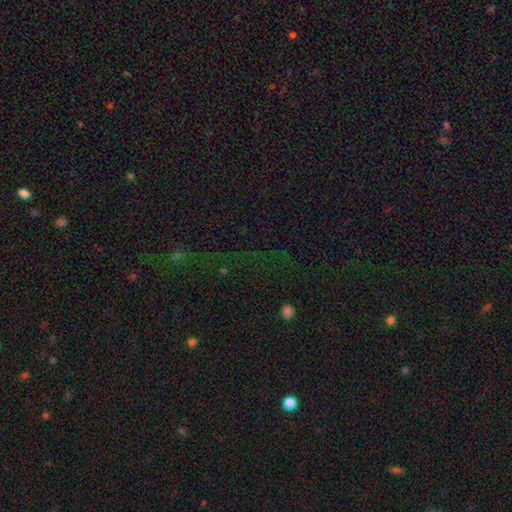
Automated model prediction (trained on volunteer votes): A star or artifact, not a galaxy (73%).

Vote fractions:
- Smooth or featured? star or artifact: 73% / smooth: 18% / featured or disk: 10%